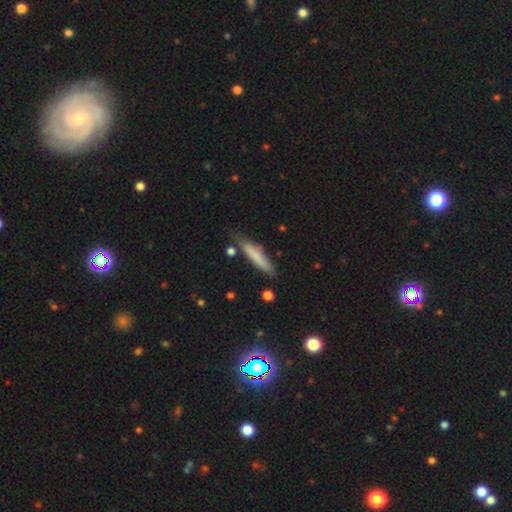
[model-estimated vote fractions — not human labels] Morphology: type=smooth (71%); roundness=cigar-shaped (89%); merging=none (75%).